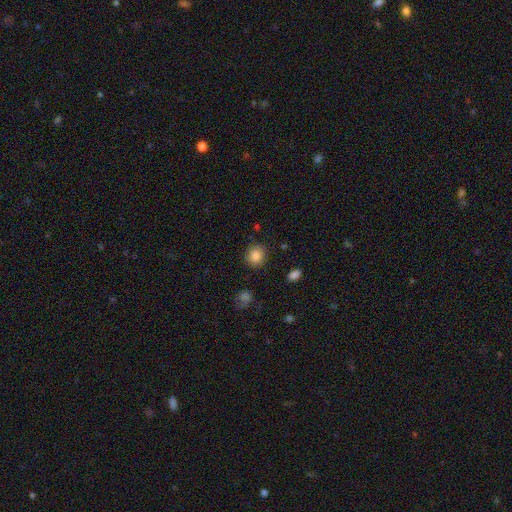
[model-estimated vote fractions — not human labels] Q: Smooth or featured?
A: smooth (86%); runner-up: star or artifact (9%)
Q: How rounded?
A: round (83%); runner-up: in between (16%)
Q: Merging?
A: none (87%); runner-up: minor disturbance (8%)